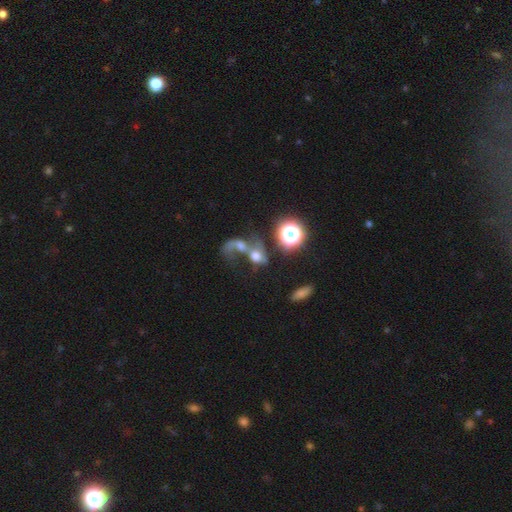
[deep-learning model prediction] smooth-or-featured: smooth: 42% | featured or disk: 39% | star or artifact: 19%
  merging: merger: 69% | major disturbance: 16% | none: 10% | minor disturbance: 5%